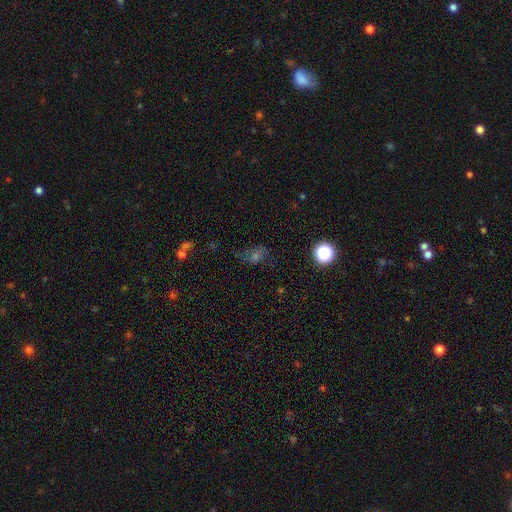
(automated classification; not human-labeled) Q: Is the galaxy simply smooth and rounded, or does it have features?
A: smooth — 43%.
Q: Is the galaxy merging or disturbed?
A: none — 58%.